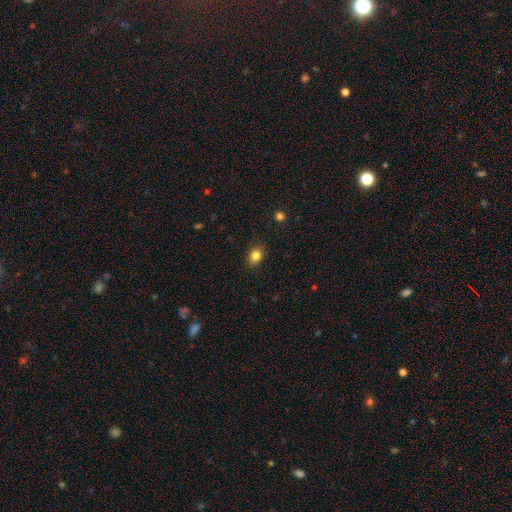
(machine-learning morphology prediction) smooth-or-featured: smooth: 83% | star or artifact: 11% | featured or disk: 6%
  how-rounded: in between: 57% | round: 41% | cigar-shaped: 1%
  merging: none: 88% | minor disturbance: 9% | major disturbance: 2% | merger: 1%